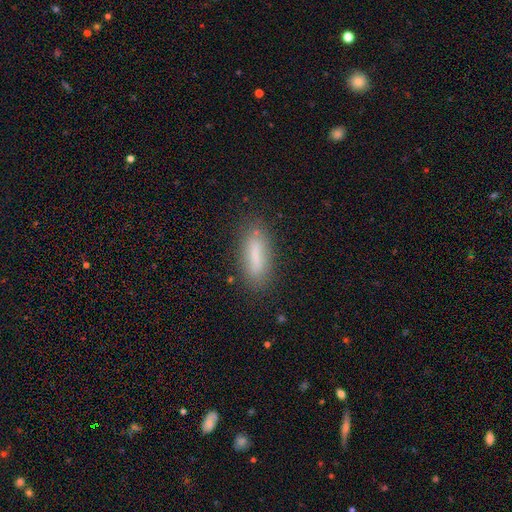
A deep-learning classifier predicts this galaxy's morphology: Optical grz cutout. It shows a smooth galaxy with no disk features (68%) that is cigar-shaped (57%). Merging: none (77%).